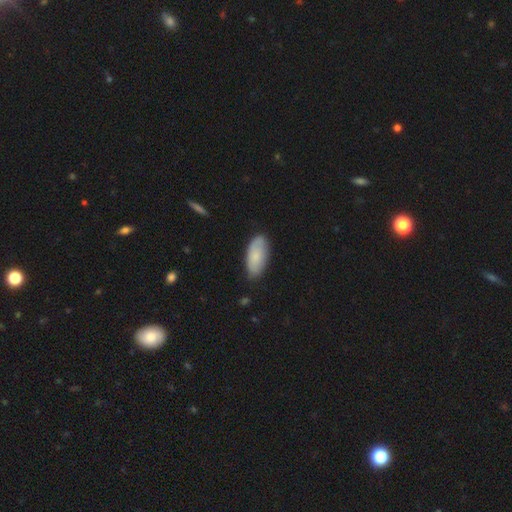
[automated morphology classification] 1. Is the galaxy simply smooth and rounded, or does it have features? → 77% smooth, 17% featured or disk, 6% star or artifact.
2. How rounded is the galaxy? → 88% in between, 10% cigar-shaped, 2% round.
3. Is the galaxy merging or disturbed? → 78% none, 18% minor disturbance, 3% major disturbance, 1% merger.